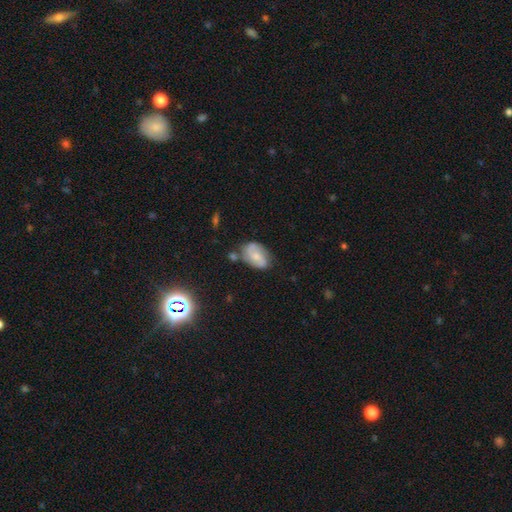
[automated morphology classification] This appears to be a featured or disk galaxy (56%) with no bar (55%), spiral arms (88%) and a small central bulge (46%). Merging: none (60%).